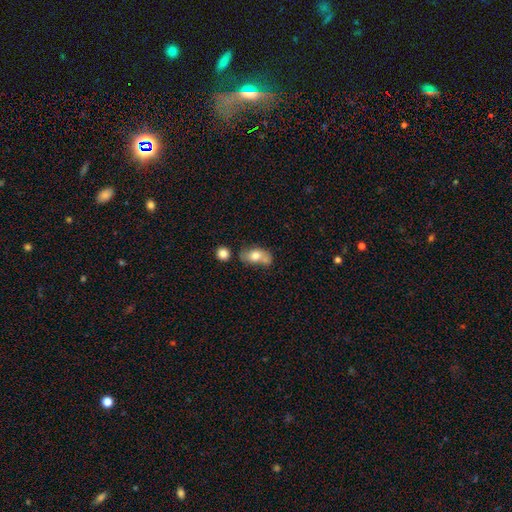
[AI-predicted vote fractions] A smooth galaxy with no disk features (70%) that is in between round and cigar-shaped (83%).

Vote fractions:
- Smooth or featured? smooth: 70% / featured or disk: 22% / star or artifact: 8%
- How rounded? in between: 83% / round: 14% / cigar-shaped: 3%
- Merging? none: 41% / merger: 27% / minor disturbance: 22% / major disturbance: 10%